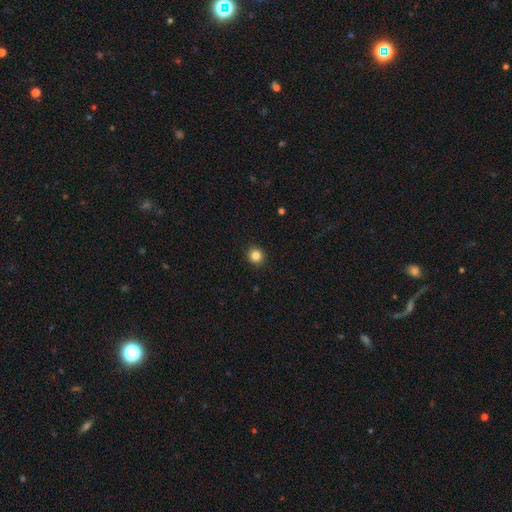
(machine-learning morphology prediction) Overall: smooth (85%). How rounded: round (91%). Merging: none (92%).